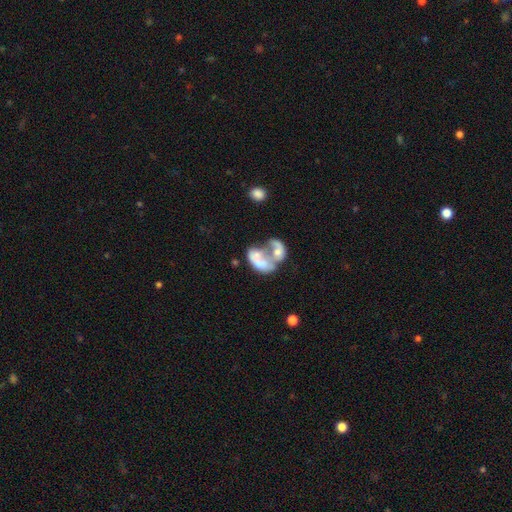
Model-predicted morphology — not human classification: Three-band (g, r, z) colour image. It shows a featured or disk galaxy (51%). Merging: merger (69%).